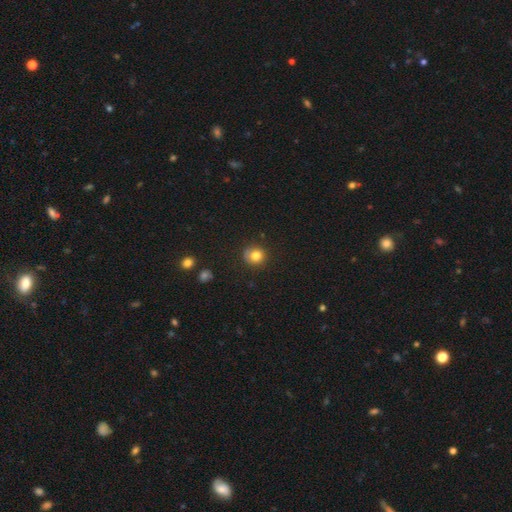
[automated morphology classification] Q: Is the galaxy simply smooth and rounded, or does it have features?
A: smooth — 80%.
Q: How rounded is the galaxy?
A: round — 86%.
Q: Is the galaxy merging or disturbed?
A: none — 77%.